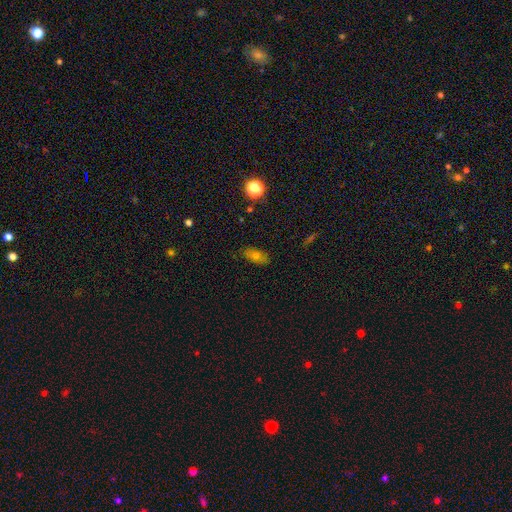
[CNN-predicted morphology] Smooth or featured? smooth (69%)
How rounded? in between (85%)
Merging? none (84%)